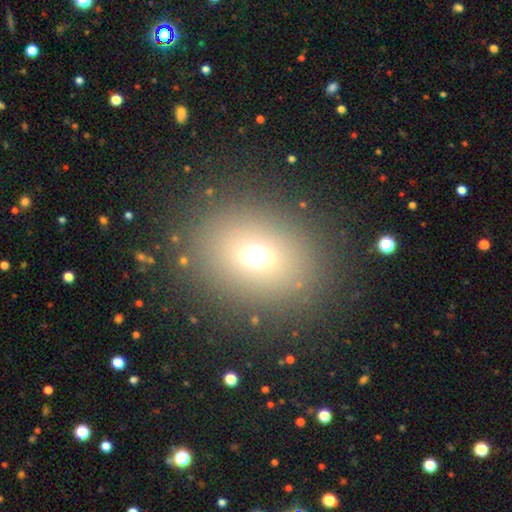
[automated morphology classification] Smooth or featured: smooth — 64% (star or artifact — 21%)
How rounded: in between — 54% (round — 45%)
Merging: none — 84% (minor disturbance — 8%)